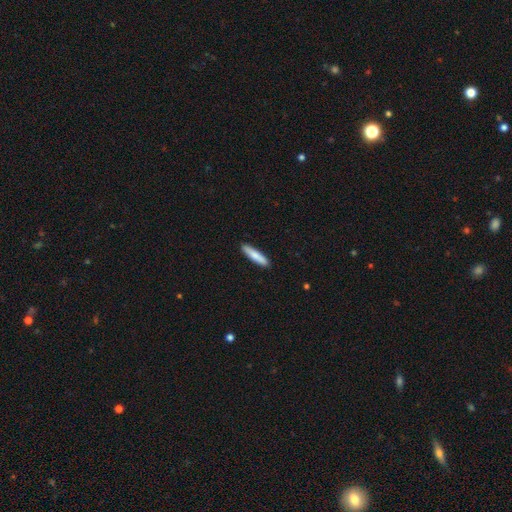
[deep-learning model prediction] This appears to be a smooth galaxy with no disk features (80%) that is cigar-shaped (87%). Merging: none (91%).